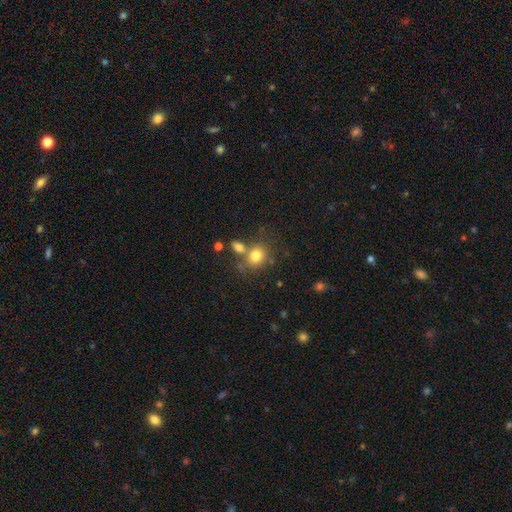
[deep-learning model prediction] smooth 78%, star or artifact 11%, featured or disk 10%. Down the decision tree: how rounded — round (67%); merging — none (55%).